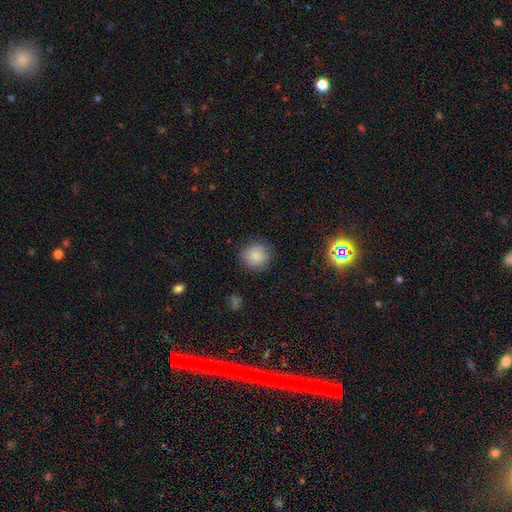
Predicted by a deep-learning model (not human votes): Morphology: type=smooth (86%); roundness=round (91%); merging=none (84%).